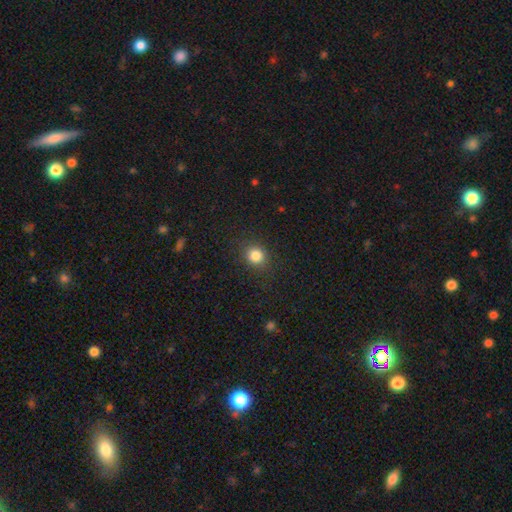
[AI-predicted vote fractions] Morphology: type=smooth (83%); roundness=round (84%); merging=none (87%).